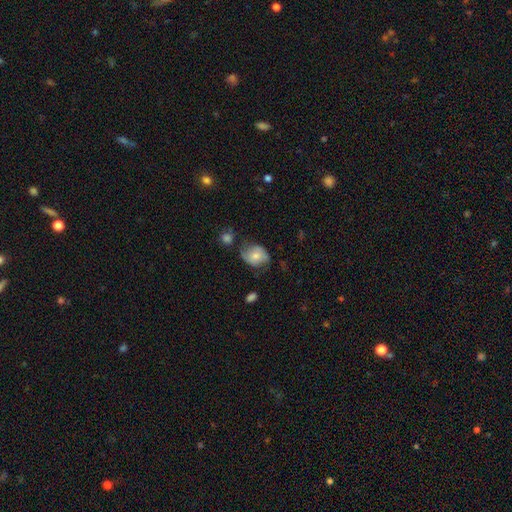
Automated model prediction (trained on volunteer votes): Smooth or featured? Predicted: smooth (p=0.56). How rounded? Predicted: in between (p=0.52). Merging? Predicted: none (p=0.49).